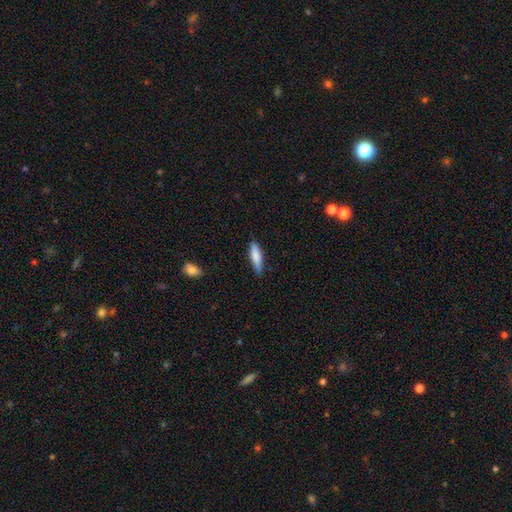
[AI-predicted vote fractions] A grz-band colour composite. It shows a smooth galaxy with no disk features (79%) that is cigar-shaped (65%). Merging: none (81%).